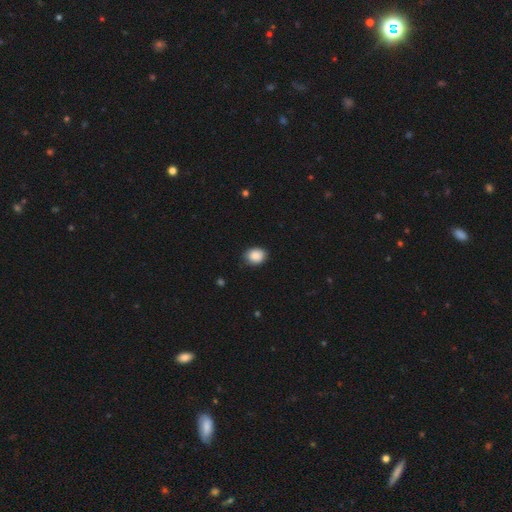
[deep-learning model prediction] A smooth galaxy with no disk features (88%) that is round (50%). Merging: none (80%).